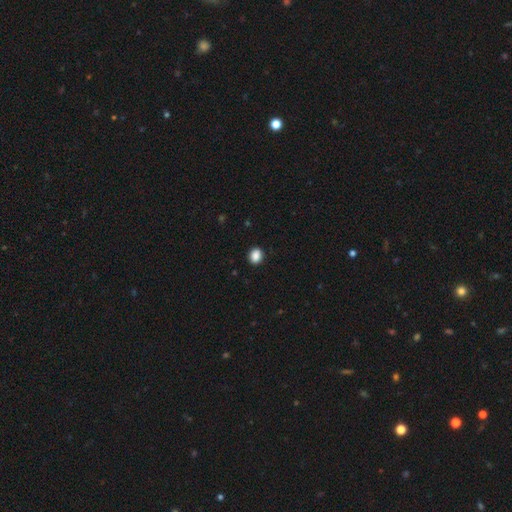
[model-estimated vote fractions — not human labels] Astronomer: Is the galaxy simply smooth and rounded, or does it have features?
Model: smooth — 88%.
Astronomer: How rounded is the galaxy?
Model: round — 54% (runner-up: in between, 45%).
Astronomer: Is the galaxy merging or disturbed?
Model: none — 90%.